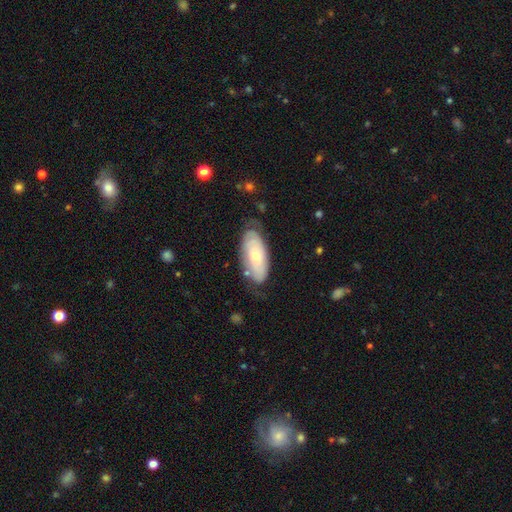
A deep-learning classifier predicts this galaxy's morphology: Overall: featured or disk (51%; smooth 43%). Edge-on disk: no (85%). Merging: none (67%).